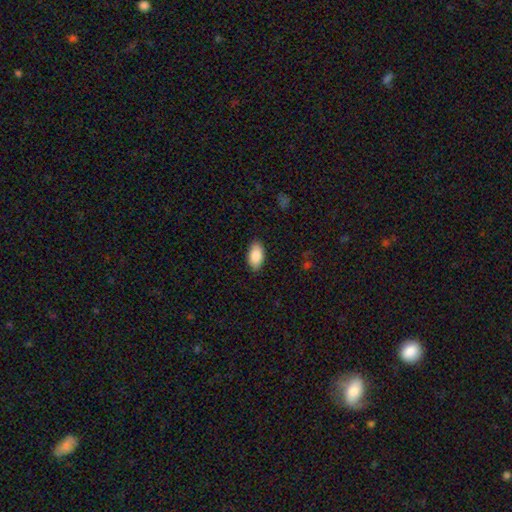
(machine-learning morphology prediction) This is clearly a smooth galaxy (88%). How rounded: clearly in between (94%). Merging: clearly none (87%).